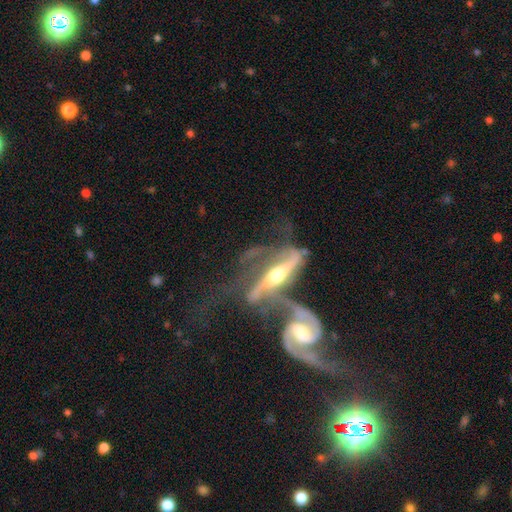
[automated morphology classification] Smooth or featured: featured or disk — 87% (smooth — 7%)
Edge-on disk: no — 68% (yes — 32%)
Bar: strong — 46% (weak — 27%)
Spiral arms: yes — 92% (no — 8%)
Spiral winding: medium — 40% (loose — 36%)
Spiral arm count: 2 — 78% (can't tell — 12%)
Bulge size: moderate — 62% (small — 28%)
Merging: merger — 61% (none — 17%)